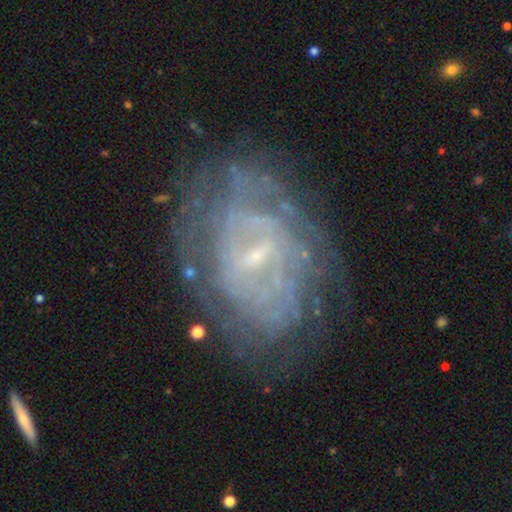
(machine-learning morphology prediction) Smooth or featured? featured or disk (79%)
Edge-on disk? no (97%)
Bar? weak (55%)
Spiral arms? yes (79%)
Spiral winding? tight (67%)
Spiral arm count? can't tell (60%)
Bulge size? small (76%)
Merging? none (71%)